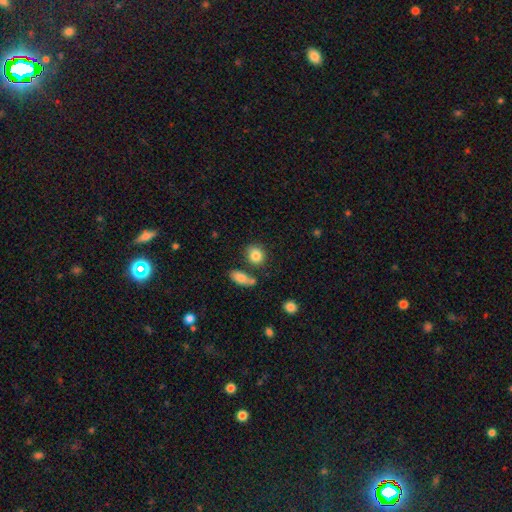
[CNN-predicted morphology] Smooth or featured: smooth — 84% (star or artifact — 9%)
How rounded: round — 67% (in between — 32%)
Merging: none — 65% (minor disturbance — 16%)